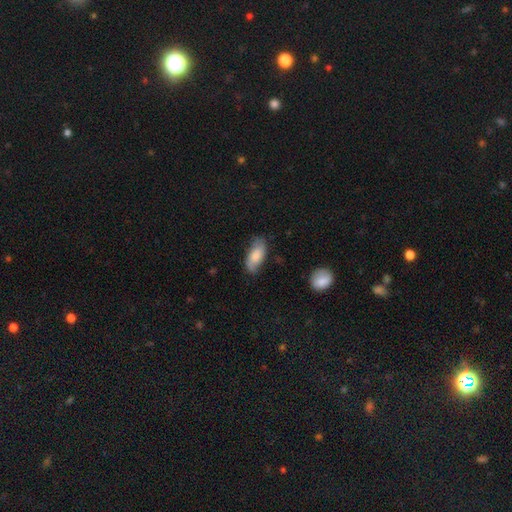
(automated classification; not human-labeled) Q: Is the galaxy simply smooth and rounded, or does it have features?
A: smooth — 69%.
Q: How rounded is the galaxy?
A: in between — 89%.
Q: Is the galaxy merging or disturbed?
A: none — 67%.